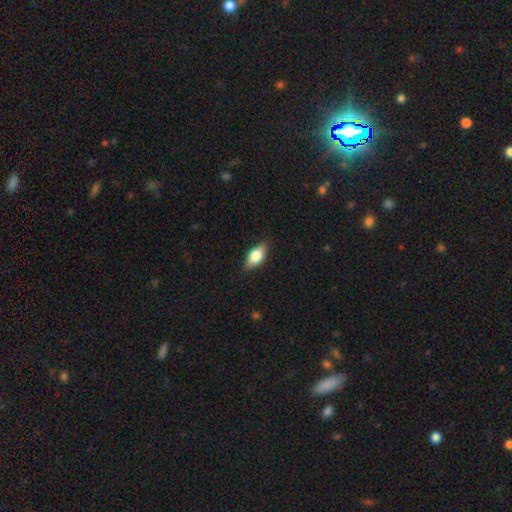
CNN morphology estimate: smooth 64%, featured or disk 28%, star or artifact 7%. Down the decision tree: how rounded — in between (82%); merging — none (84%).